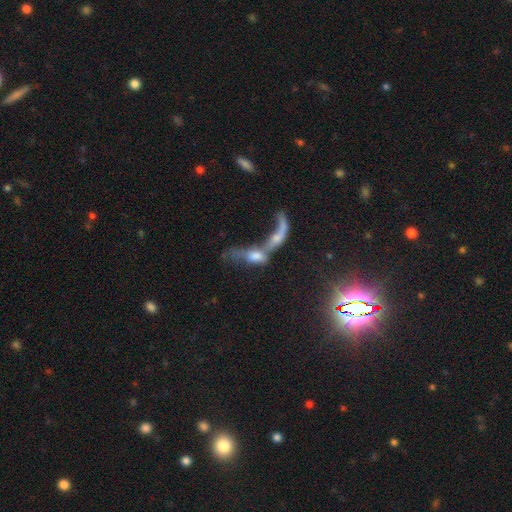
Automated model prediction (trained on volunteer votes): featured or disk 44% (tied), smooth 44% (tied), star or artifact 13%. Down the decision tree: merging — merger (75%).